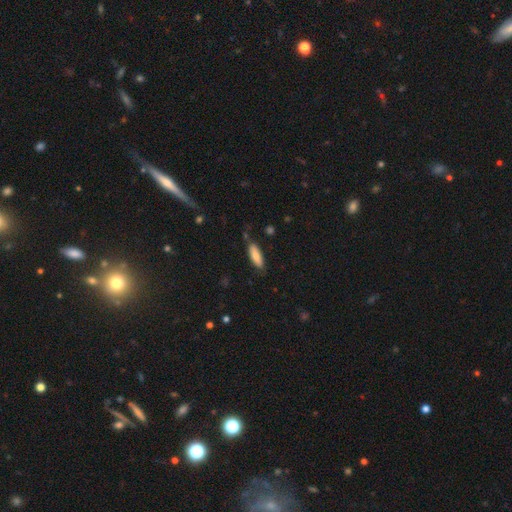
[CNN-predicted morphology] Q: Smooth or featured?
A: smooth (80%); runner-up: featured or disk (14%)
Q: How rounded?
A: in between (61%); runner-up: cigar-shaped (37%)
Q: Merging?
A: none (77%); runner-up: minor disturbance (18%)